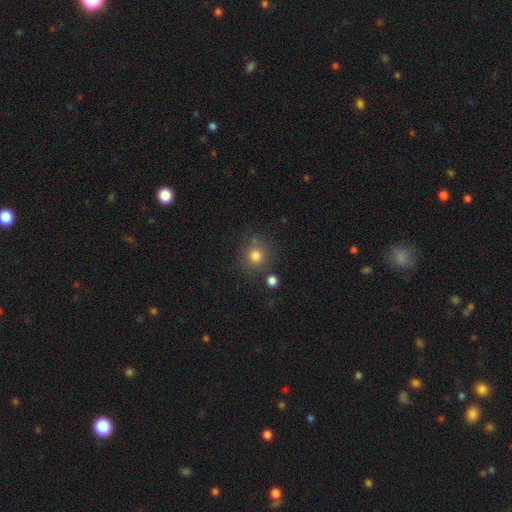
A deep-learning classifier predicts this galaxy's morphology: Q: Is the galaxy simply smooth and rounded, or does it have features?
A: smooth — 80%.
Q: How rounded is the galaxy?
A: round — 88%.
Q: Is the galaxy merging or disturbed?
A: none — 76%.